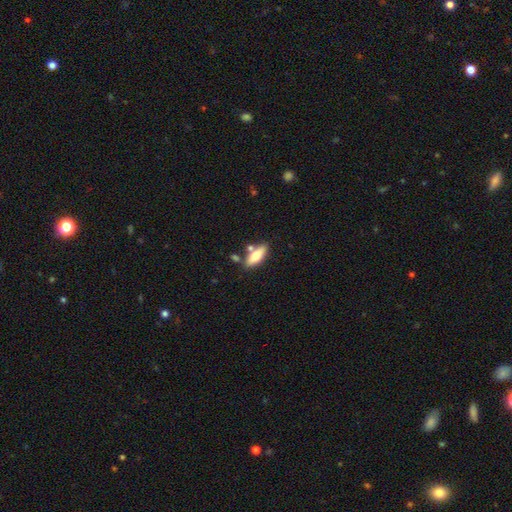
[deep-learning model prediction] A smooth galaxy with no disk features (61%) that is in between round and cigar-shaped (69%). Merging: none (70%).